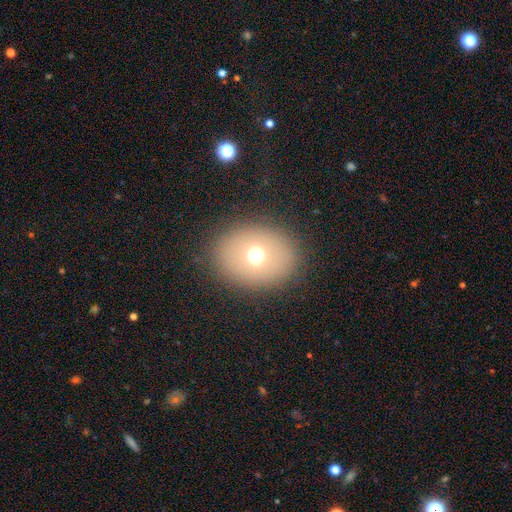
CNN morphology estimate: Smooth or featured? Predicted: smooth (p=0.66). How rounded? Predicted: in between (p=0.55). Merging? Predicted: none (p=0.88).